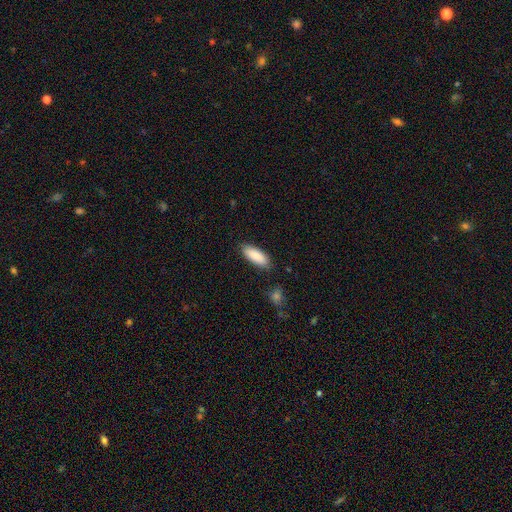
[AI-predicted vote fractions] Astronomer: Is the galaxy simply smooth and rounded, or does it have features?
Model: smooth — 88%.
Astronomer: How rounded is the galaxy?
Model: in between — 77%.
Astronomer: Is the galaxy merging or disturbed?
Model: none — 85%.